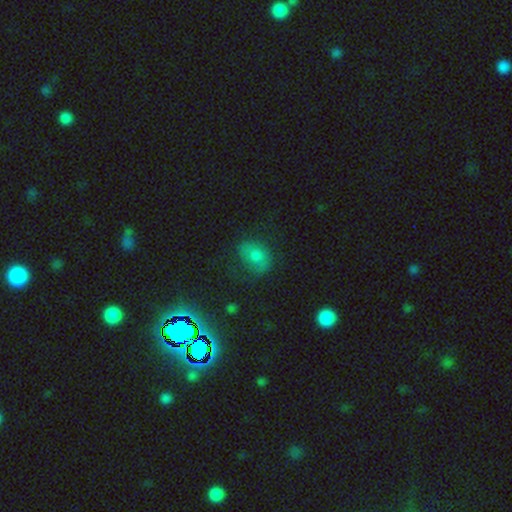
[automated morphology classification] smooth-or-featured: smooth: 62% | star or artifact: 19% | featured or disk: 18%
  how-rounded: in between: 64% | round: 34% | cigar-shaped: 1%
  merging: none: 63% | minor disturbance: 24% | major disturbance: 11% | merger: 2%